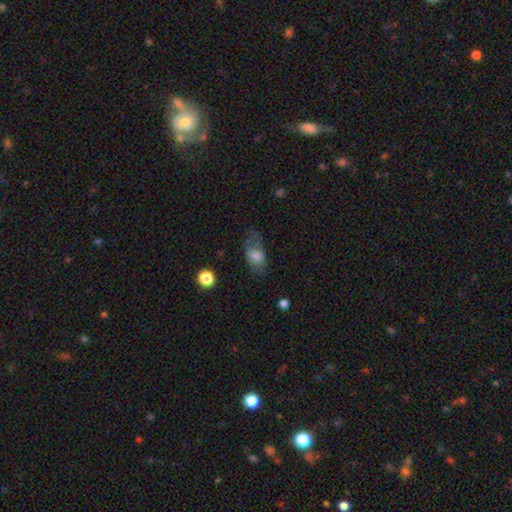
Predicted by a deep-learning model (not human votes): Smooth or featured: smooth — 70% (featured or disk — 21%)
How rounded: in between — 87% (round — 9%)
Merging: none — 53% (minor disturbance — 26%)